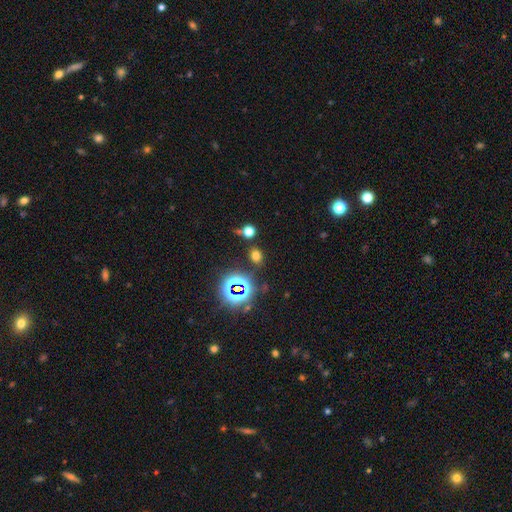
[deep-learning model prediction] Smooth or featured: smooth — 61% (star or artifact — 32%)
How rounded: round — 51% (in between — 48%)
Merging: none — 79% (minor disturbance — 10%)